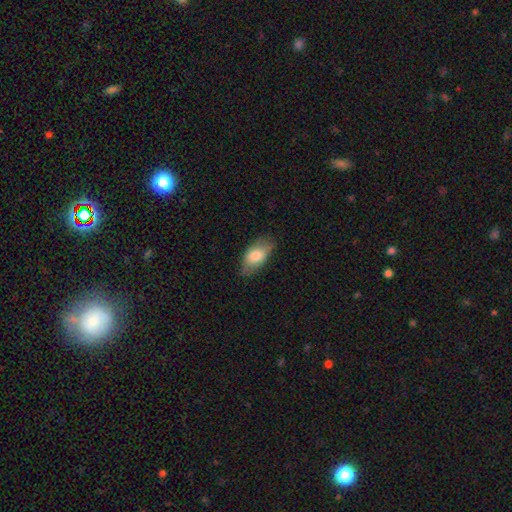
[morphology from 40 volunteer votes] smooth-or-featured: smooth: 80% | featured or disk: 12% | star or artifact: 8%
  how-rounded: in between: 81% | round: 16% | cigar-shaped: 3%
  merging: none: 68% | major disturbance: 19% | minor disturbance: 8% | merger: 5%